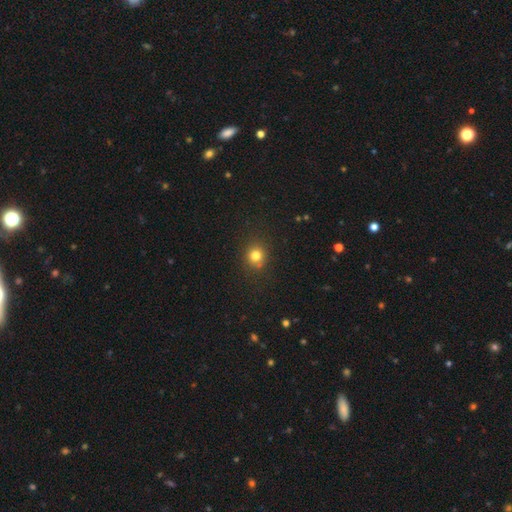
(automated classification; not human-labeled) Smooth or featured: smooth — 79% (star or artifact — 15%)
How rounded: round — 84% (in between — 15%)
Merging: none — 83% (minor disturbance — 11%)